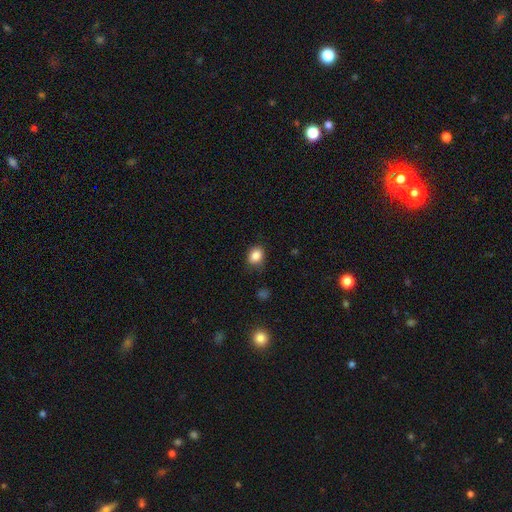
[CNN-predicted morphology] This appears to be a smooth galaxy with no disk features (85%) that is in between round and cigar-shaped (53%). Merging: none (78%).